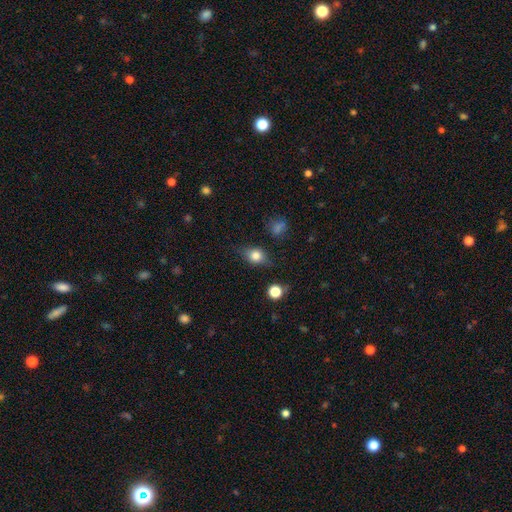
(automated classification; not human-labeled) Morphology: type=smooth (76%); roundness=in between (58%); merging=none (74%).